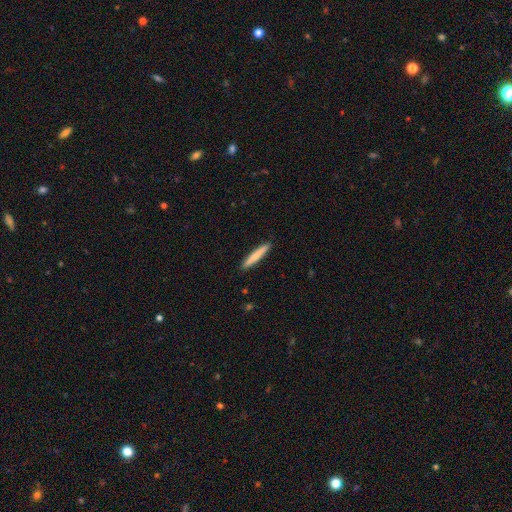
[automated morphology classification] smooth-or-featured: smooth: 75% | featured or disk: 20% | star or artifact: 5%
  how-rounded: cigar-shaped: 95% | in between: 4% | round: 1%
  merging: none: 92% | minor disturbance: 6% | major disturbance: 1% | merger: 1%